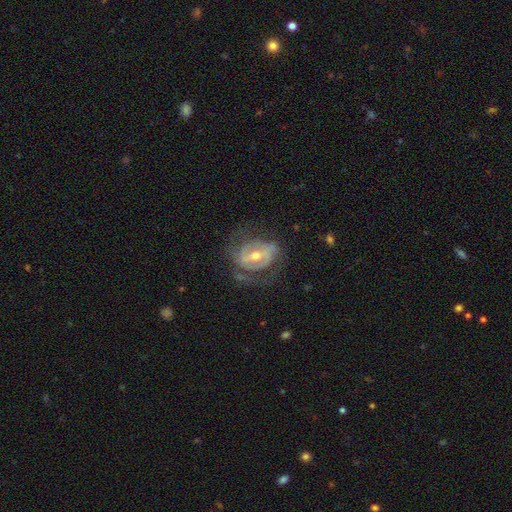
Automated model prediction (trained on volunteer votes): This is likely a featured or disk galaxy (79%). It is clearly not viewed edge-on (96%). Bar: marginally weak (40%). Spiral arm pattern: likely yes (70%). Spiral arm count: possibly 2 (53%). Spiral winding: marginally tight (43%). Central bulge: likely moderate (67%). Merging: possibly none (55%).